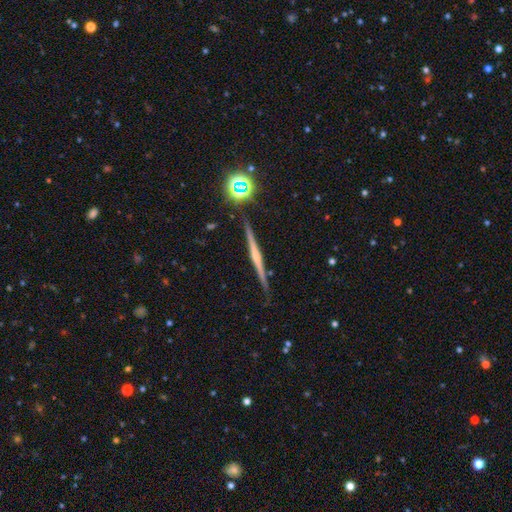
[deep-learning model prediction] Overall: featured or disk (73%). Edge-on disk: yes (98%). Edge-on bulge: rounded (54%; none 36%). Merging: none (89%).